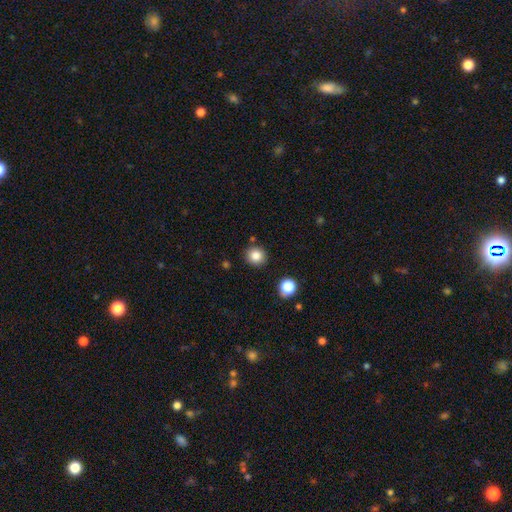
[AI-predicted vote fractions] This is clearly a smooth galaxy (84%). How rounded: clearly round (88%). Merging: clearly none (87%).